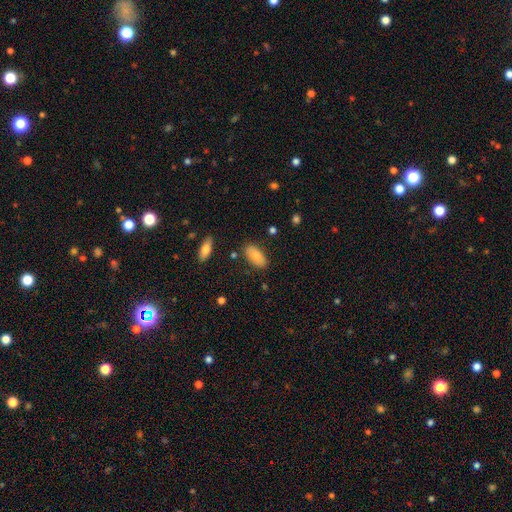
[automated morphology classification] A smooth galaxy with no disk features (83%) that is in between round and cigar-shaped (92%).

Vote fractions:
- Smooth or featured? smooth: 83% / featured or disk: 10% / star or artifact: 7%
- How rounded? in between: 92% / cigar-shaped: 5% / round: 2%
- Merging? none: 82% / minor disturbance: 12% / major disturbance: 3% / merger: 3%